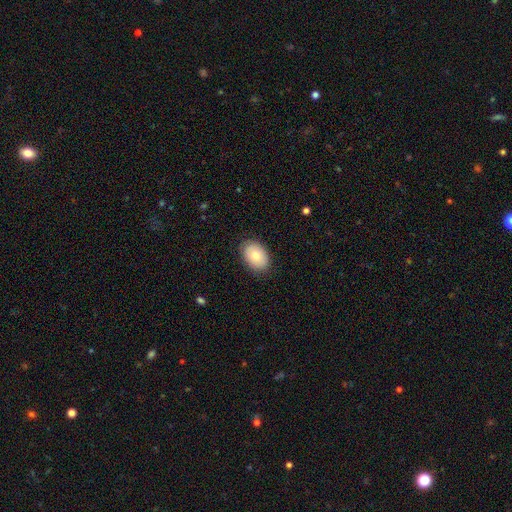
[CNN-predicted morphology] smooth 78%, featured or disk 16%, star or artifact 7%. Down the decision tree: how rounded — in between (83%); merging — none (84%).